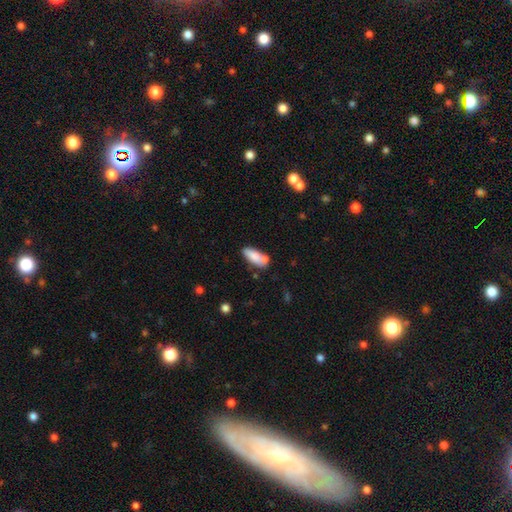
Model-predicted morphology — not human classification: Smooth or featured: smooth — 78% (featured or disk — 15%)
How rounded: in between — 77% (cigar-shaped — 21%)
Merging: none — 51% (merger — 27%)